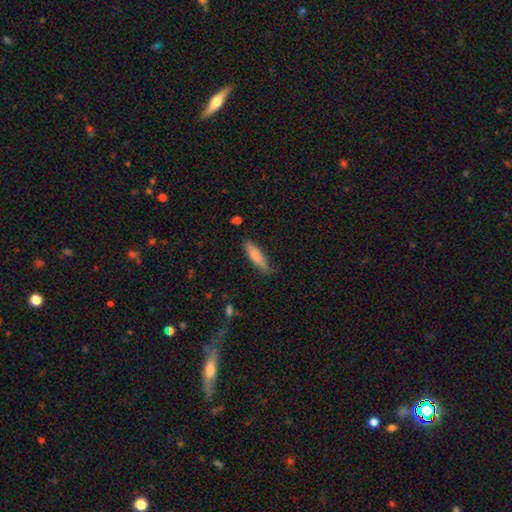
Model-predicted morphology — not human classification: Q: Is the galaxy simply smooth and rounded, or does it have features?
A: smooth — 76%.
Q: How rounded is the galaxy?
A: cigar-shaped — 72%.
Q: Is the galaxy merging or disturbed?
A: none — 77%.